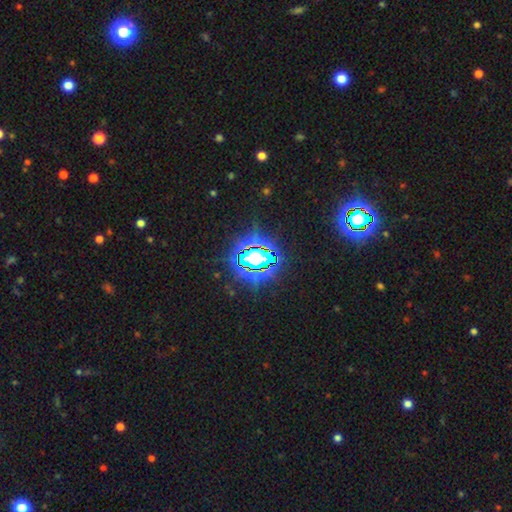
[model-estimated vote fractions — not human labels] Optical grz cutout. It shows a star or artifact, not a galaxy (76%).